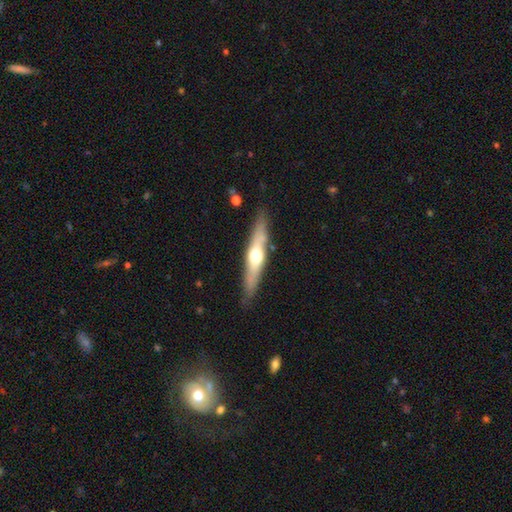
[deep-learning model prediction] Overall: featured or disk (57%; smooth 38%). Edge-on disk: yes (90%). Edge-on bulge: rounded (90%). Merging: none (84%).